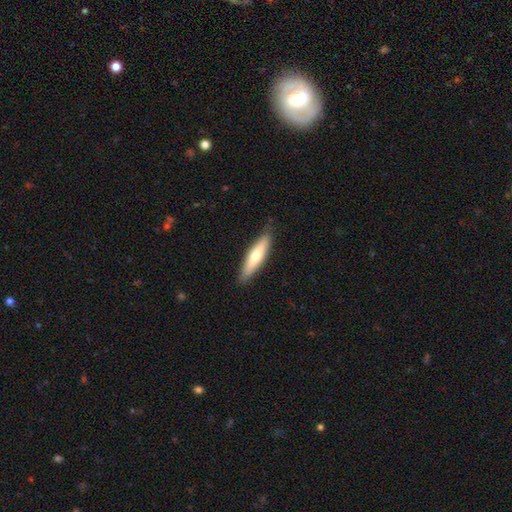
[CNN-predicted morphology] Smooth or featured? smooth (61%)
How rounded? cigar-shaped (76%)
Merging? none (85%)